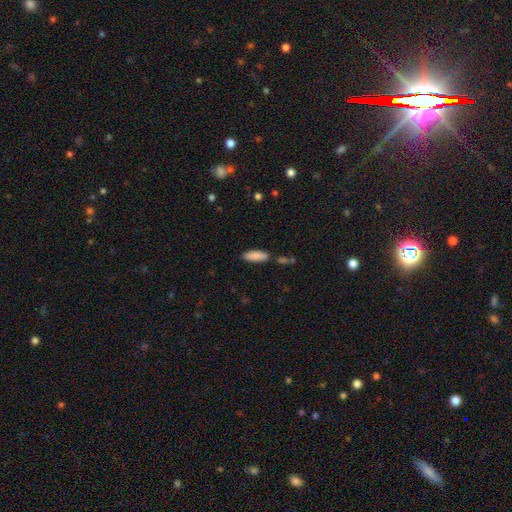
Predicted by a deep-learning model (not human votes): smooth_or_featured: smooth (p=0.87) [alt: featured or disk p=0.07]
how_rounded: in between (p=0.63) [alt: cigar-shaped p=0.35]
merging: none (p=0.79) [alt: minor disturbance p=0.12]